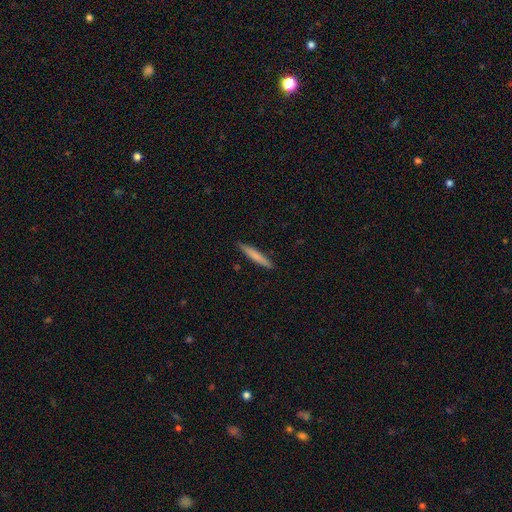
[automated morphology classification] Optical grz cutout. It shows a smooth galaxy with no disk features (73%) that is cigar-shaped (95%). Merging: none (91%).